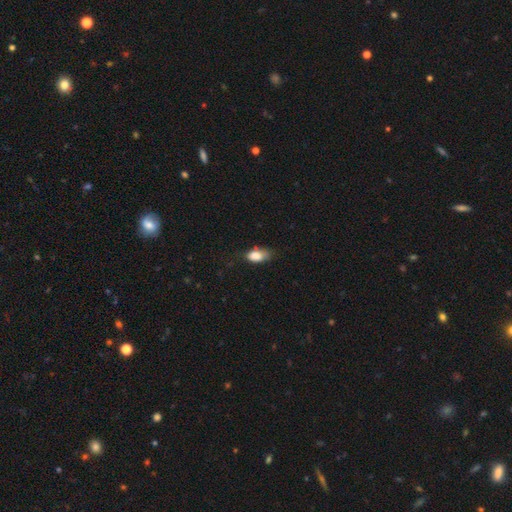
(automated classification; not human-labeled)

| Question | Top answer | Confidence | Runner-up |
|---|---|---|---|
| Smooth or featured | smooth | 84% | star or artifact (8%) |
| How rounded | in between | 89% | round (8%) |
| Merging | none | 49% | minor disturbance (36%) |